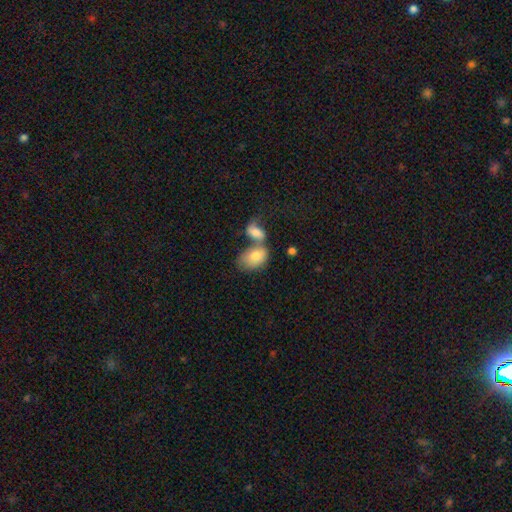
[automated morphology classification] smooth 60%, featured or disk 26%, star or artifact 15%. Down the decision tree: how rounded — in between (69%); merging — merger (49%).